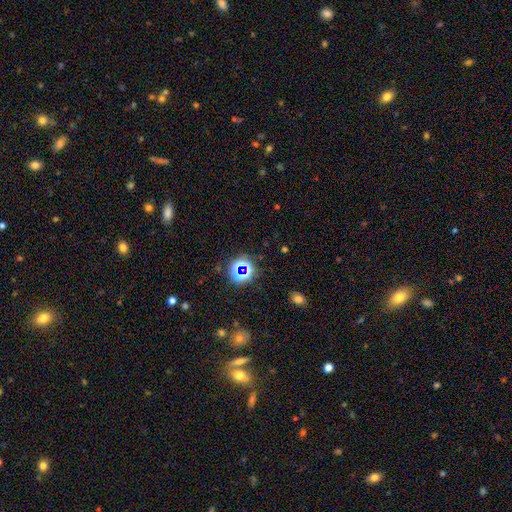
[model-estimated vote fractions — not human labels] smooth-or-featured: star or artifact: 75% | smooth: 17% | featured or disk: 9%